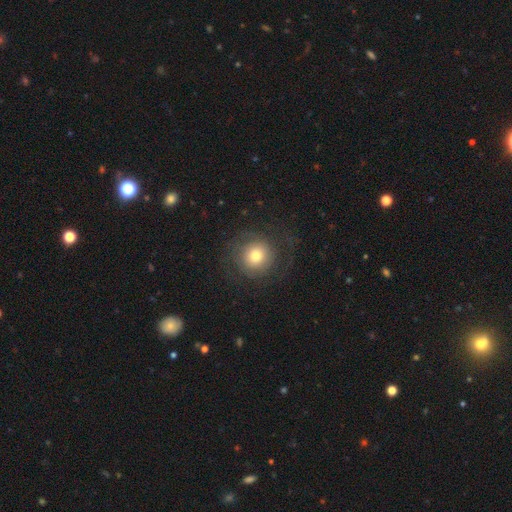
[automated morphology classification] This appears to be a smooth galaxy with no disk features (60%) that is round (92%). Merging: none (72%).